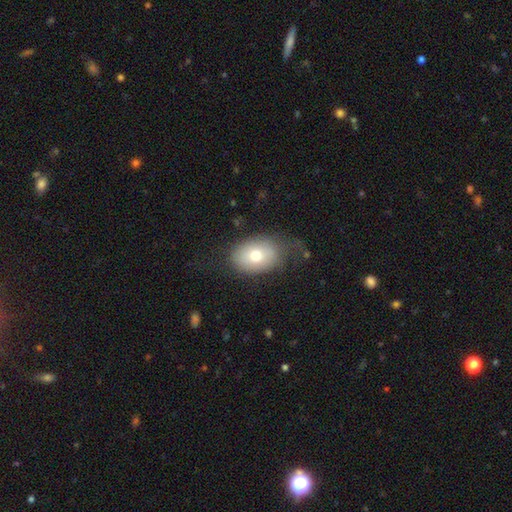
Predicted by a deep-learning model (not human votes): This appears to be a smooth galaxy with no disk features (73%) that is in between round and cigar-shaped (74%). Merging: none (64%).